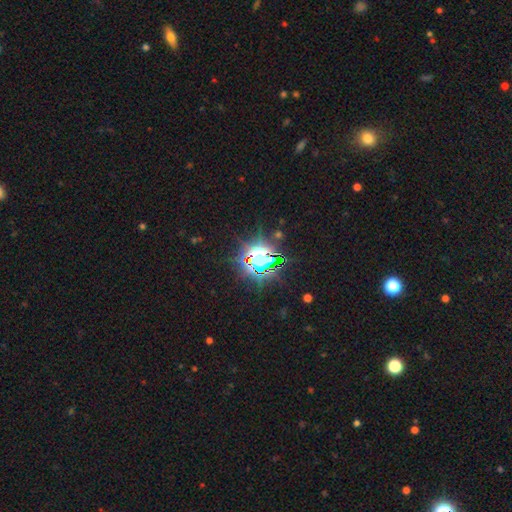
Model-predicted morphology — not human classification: Smooth or featured? Predicted: star or artifact (p=0.82).